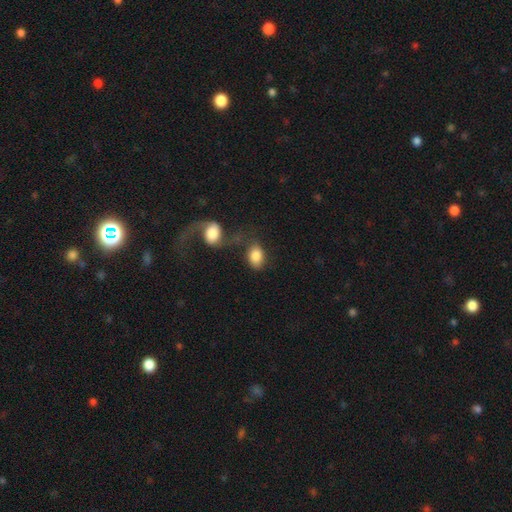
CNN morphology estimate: Smooth or featured? Predicted: smooth (p=0.82). How rounded? Predicted: in between (p=0.81). Merging? Predicted: none (p=0.50).